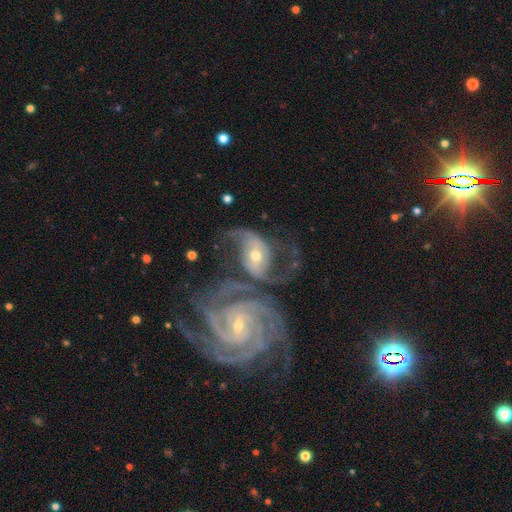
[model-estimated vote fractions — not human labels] A featured or disk galaxy (87%) with a weak bar (39%), 2 (76%) medium (47%) spiral arms (96%) and a moderate central bulge (50%).

Vote fractions:
- Smooth or featured? featured or disk: 87% / smooth: 7% / star or artifact: 6%
- Edge-on disk? no: 97% / yes: 3%
- Bar? weak: 39% / no: 32% / strong: 29%
- Spiral arms? yes: 96% / no: 4%
- Spiral winding? medium: 47% / loose: 33% / tight: 20%
- Spiral arm count? 2: 76% / can't tell: 8% / 3: 7% / 1: 3% / 4: 3% / more than 4: 2%
- Bulge size? moderate: 50% / small: 45% / large: 3% / none: 1% / dominant: 1%
- Merging? merger: 47% / none: 26% / major disturbance: 15% / minor disturbance: 12%